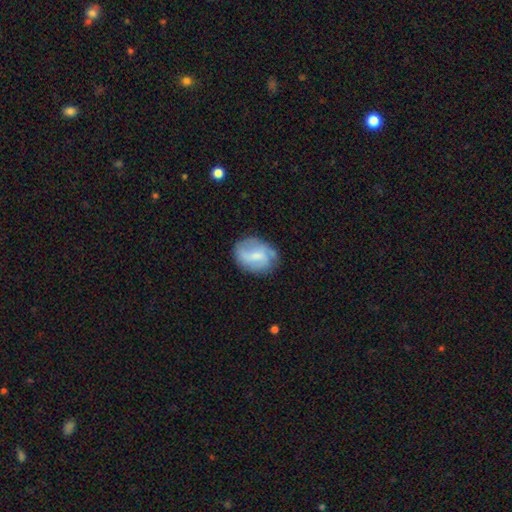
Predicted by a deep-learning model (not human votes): The model was most divided on "smooth or featured": featured or disk: 47%, smooth: 46%, star or artifact: 7%. More confident: merging — none (66%).